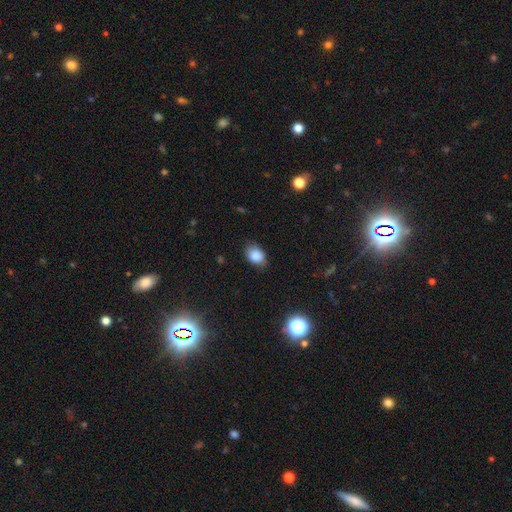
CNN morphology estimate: This appears to be a smooth galaxy with no disk features (85%) that is in between round and cigar-shaped (71%). Merging: none (73%).